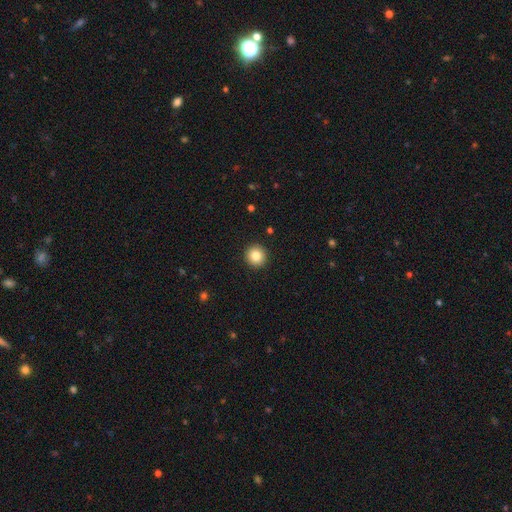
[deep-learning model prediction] The model was most divided on "smooth or featured": smooth: 84%, star or artifact: 9%, featured or disk: 7%. More confident: how rounded — round (95%); merging — none (93%).